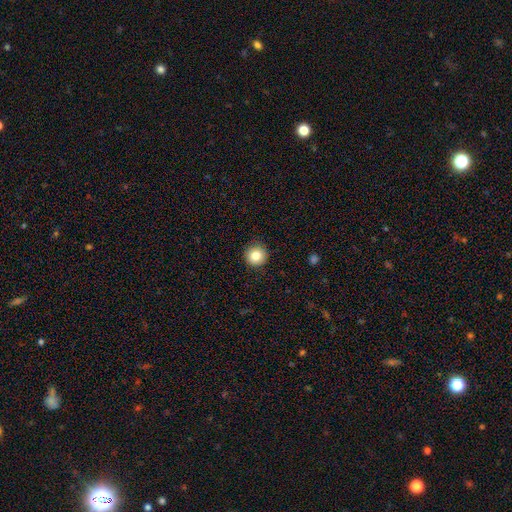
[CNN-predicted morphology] A smooth galaxy with no disk features (83%) that is round (96%). Merging: none (91%).